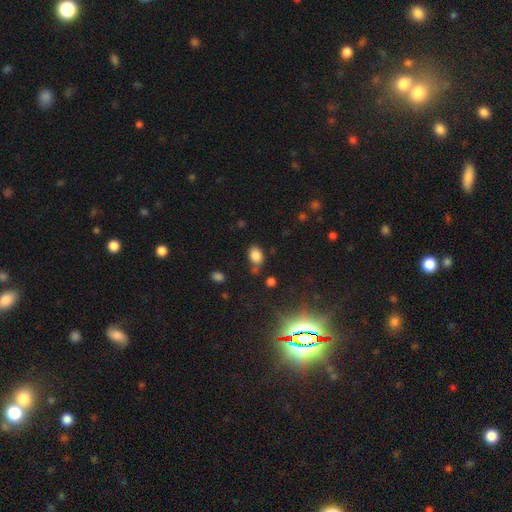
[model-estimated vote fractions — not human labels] Smooth or featured? smooth (82%)
How rounded? in between (79%)
Merging? none (68%)